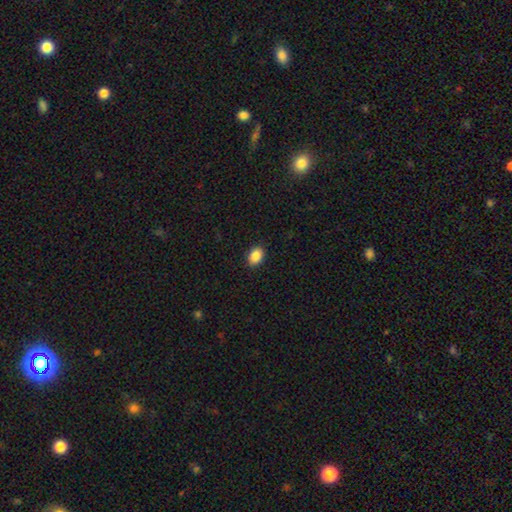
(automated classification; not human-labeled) Overall: smooth (88%). How rounded: in between (74%). Merging: none (90%).